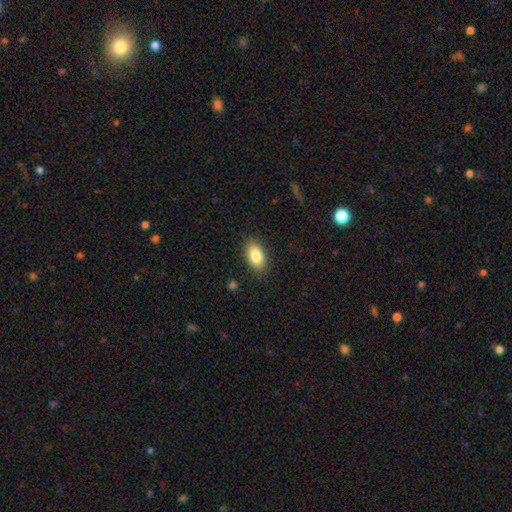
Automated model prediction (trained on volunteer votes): smooth_or_featured: smooth (p=0.84) [alt: featured or disk p=0.09]
how_rounded: in between (p=0.91) [alt: round p=0.06]
merging: none (p=0.86) [alt: minor disturbance p=0.10]